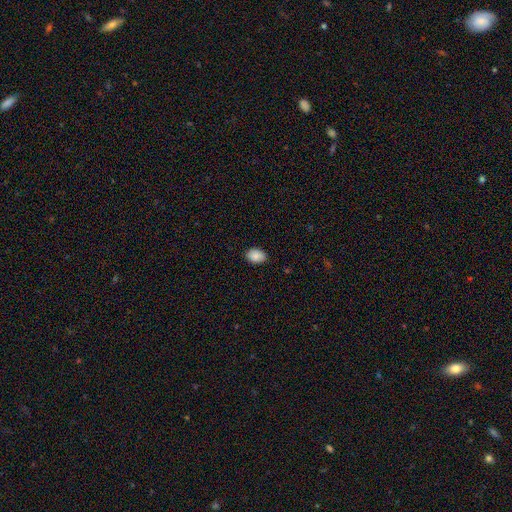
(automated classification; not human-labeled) This appears to be a smooth galaxy with no disk features (88%) that is in between round and cigar-shaped (79%). Merging: none (86%).